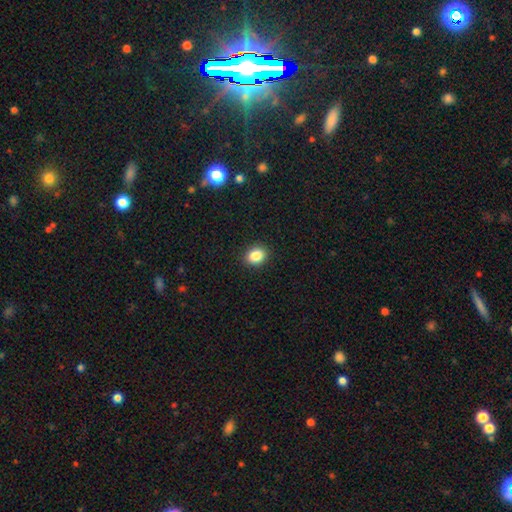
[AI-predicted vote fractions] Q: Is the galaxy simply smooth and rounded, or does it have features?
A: smooth — 86%.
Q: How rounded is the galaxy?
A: round — 55%.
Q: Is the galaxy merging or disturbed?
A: none — 91%.